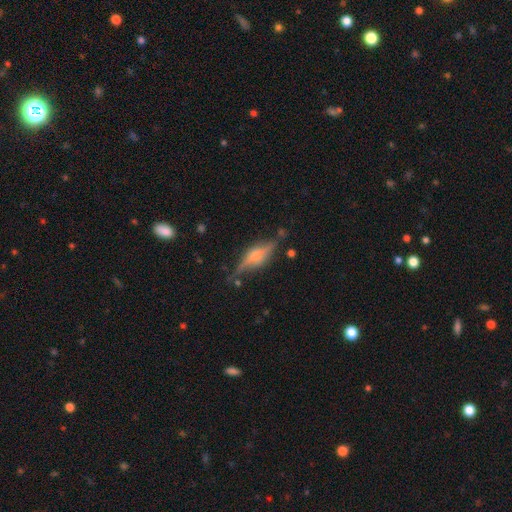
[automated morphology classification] Overall: featured or disk (68%). Edge-on disk: yes (91%). Edge-on bulge: rounded (83%). Merging: none (73%).